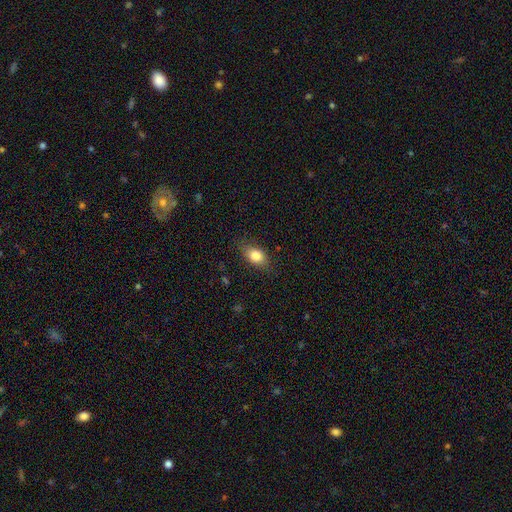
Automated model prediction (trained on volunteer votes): Smooth or featured?
  - smooth: 82% *
  - featured or disk: 10%
  - star or artifact: 8%
How rounded?
  - in between: 80% *
  - round: 16%
  - cigar-shaped: 4%
Merging?
  - none: 80% *
  - minor disturbance: 15%
  - major disturbance: 4%
  - merger: 1%